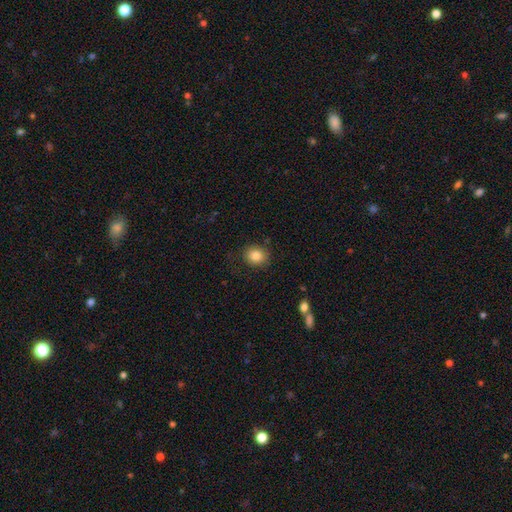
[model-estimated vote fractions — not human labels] smooth 85%, star or artifact 9%, featured or disk 6%. Down the decision tree: how rounded — round (74%); merging — none (85%).